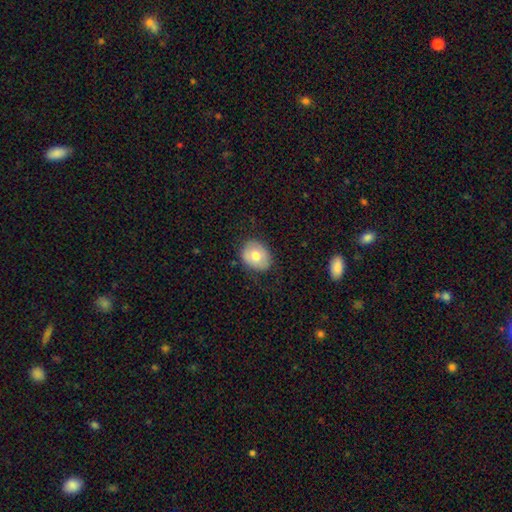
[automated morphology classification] smooth_or_featured: smooth (p=0.69) [alt: featured or disk p=0.24]
how_rounded: in between (p=0.50) [alt: round p=0.49]
merging: none (p=0.78) [alt: minor disturbance p=0.17]